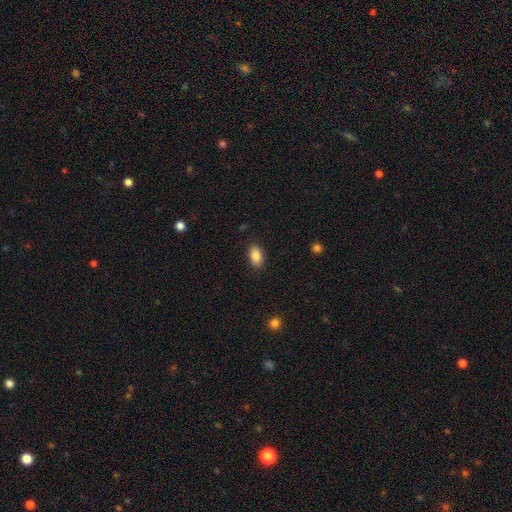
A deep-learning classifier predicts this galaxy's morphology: smooth_or_featured: smooth (p=0.86) [alt: star or artifact p=0.08]
how_rounded: in between (p=0.91) [alt: round p=0.07]
merging: none (p=0.88) [alt: minor disturbance p=0.09]